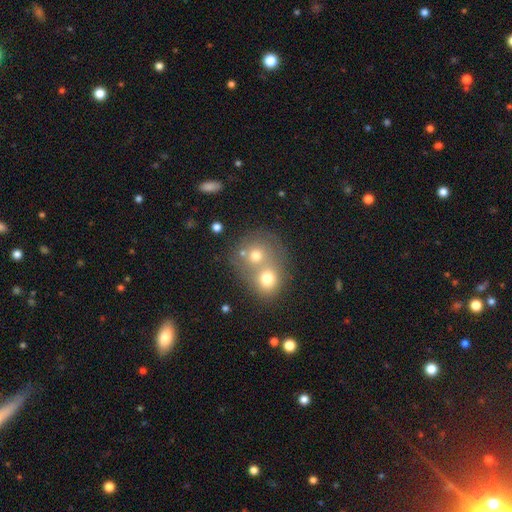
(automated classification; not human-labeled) smooth-or-featured: smooth: 66% | featured or disk: 22% | star or artifact: 12%
  how-rounded: round: 78% | in between: 21% | cigar-shaped: 1%
  merging: merger: 62% | none: 28% | minor disturbance: 6% | major disturbance: 3%